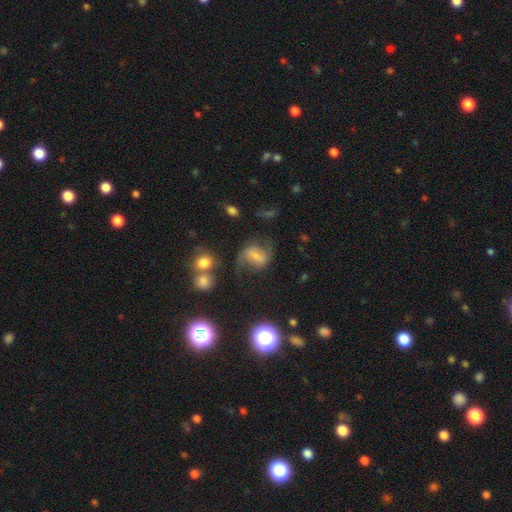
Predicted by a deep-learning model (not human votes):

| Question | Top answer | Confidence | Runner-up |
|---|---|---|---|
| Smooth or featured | featured or disk | 57% | smooth (30%) |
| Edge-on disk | no | 96% | yes (4%) |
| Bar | weak | 42% | strong (38%) |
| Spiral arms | yes | 86% | no (14%) |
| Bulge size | small | 36% | none (27%) |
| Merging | none | 55% | minor disturbance (20%) |